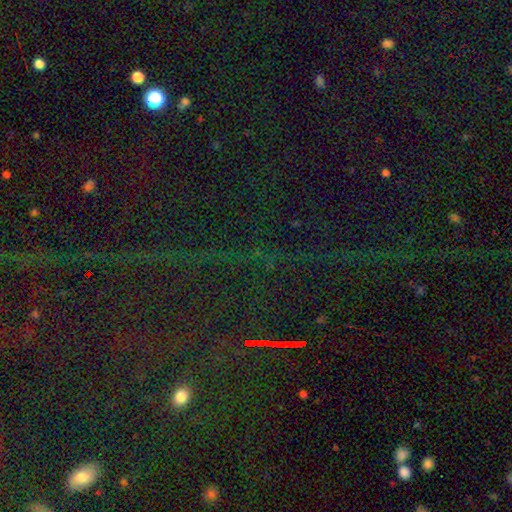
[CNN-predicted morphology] Smooth or featured? Predicted: star or artifact (p=0.82).